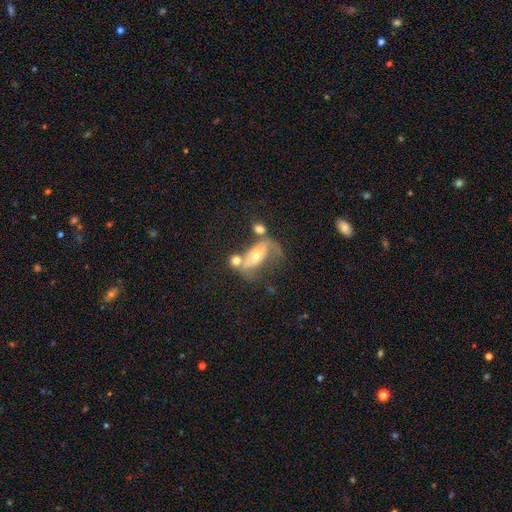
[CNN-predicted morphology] smooth-or-featured: featured or disk: 59% | smooth: 32% | star or artifact: 9%
  disk-edge-on: no: 86% | yes: 14%
    bar: no: 62% | weak: 23% | strong: 15%
    has-spiral-arms: yes: 59% | no: 41%
    bulge-size: moderate: 54% | small: 38% | large: 4% | none: 2% | dominant: 1%
  merging: merger: 34% | major disturbance: 26% | none: 24% | minor disturbance: 16%